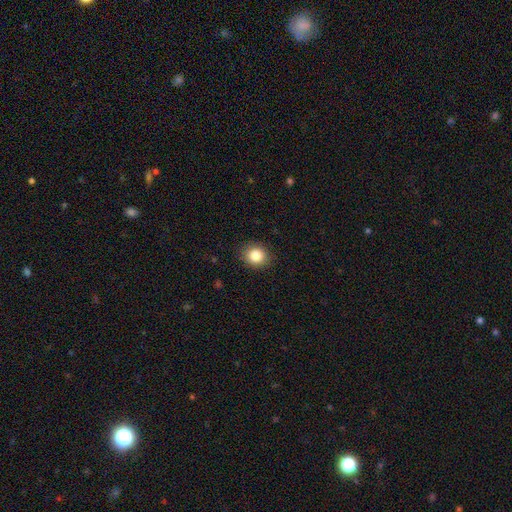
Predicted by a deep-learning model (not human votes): This appears to be a smooth galaxy with no disk features (84%) that is round (77%). Merging: none (89%).